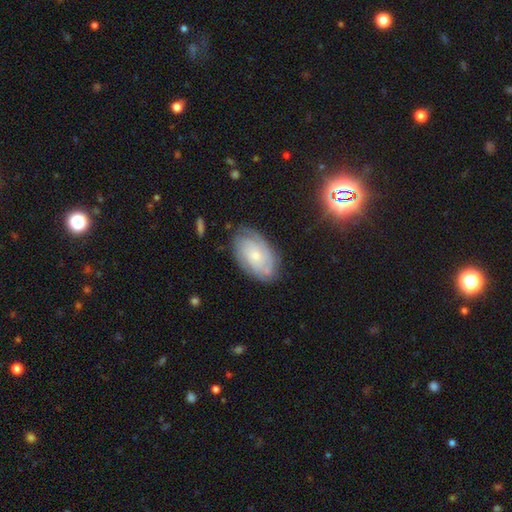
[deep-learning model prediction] Overall: featured or disk (73%). Edge-on disk: no (96%). Bar: no (77%). Spiral arms: yes (93%). Spiral arm count: can't tell (42%; 2 20%). Spiral winding: tight (70%). Bulge size: small (67%). Merging: none (76%).